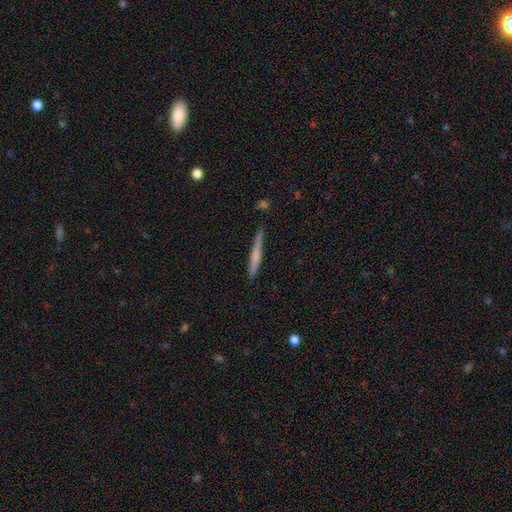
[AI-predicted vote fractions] Q: Smooth or featured?
A: smooth (57%); runner-up: featured or disk (37%)
Q: How rounded?
A: cigar-shaped (96%); runner-up: in between (3%)
Q: Merging?
A: none (81%); runner-up: minor disturbance (14%)